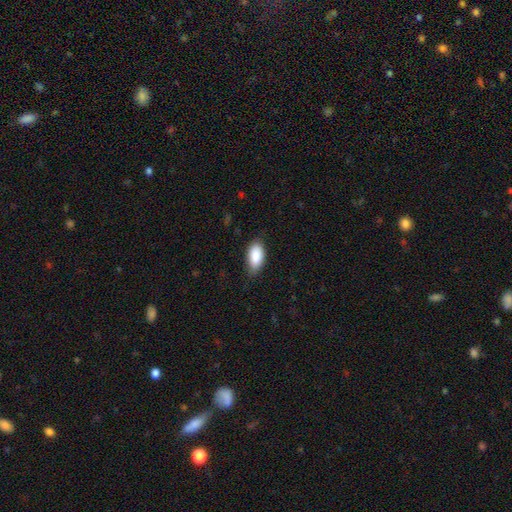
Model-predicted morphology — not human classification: Smooth or featured: smooth — 89% (star or artifact — 6%)
How rounded: in between — 93% (cigar-shaped — 4%)
Merging: none — 75% (minor disturbance — 21%)